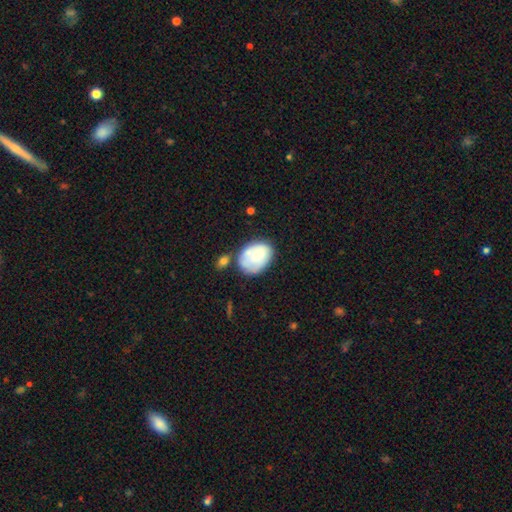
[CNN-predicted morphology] smooth 73%, featured or disk 20%, star or artifact 7%. Down the decision tree: how rounded — in between (76%); merging — none (53%).